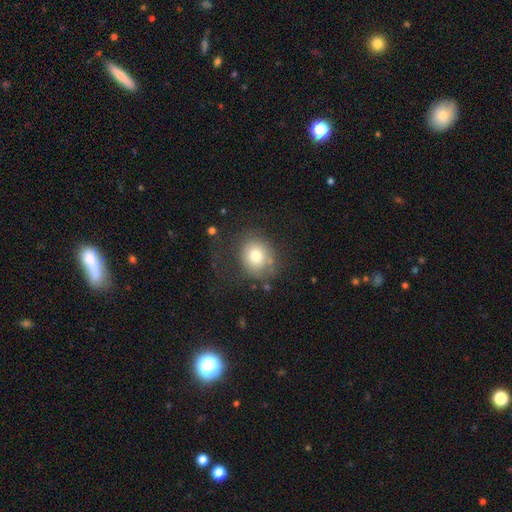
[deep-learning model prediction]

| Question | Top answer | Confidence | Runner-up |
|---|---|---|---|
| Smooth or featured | smooth | 75% | featured or disk (15%) |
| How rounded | round | 69% | in between (30%) |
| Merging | none | 62% | minor disturbance (20%) |